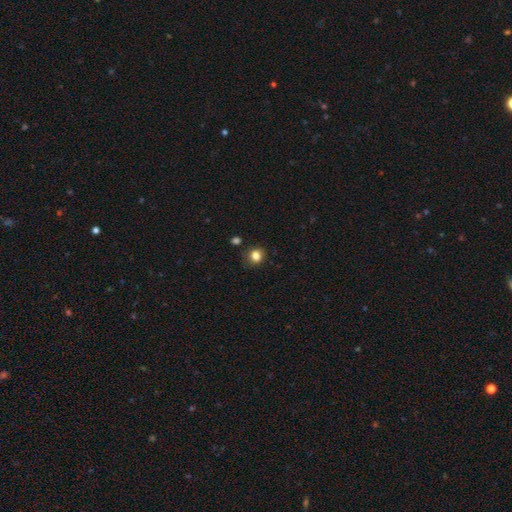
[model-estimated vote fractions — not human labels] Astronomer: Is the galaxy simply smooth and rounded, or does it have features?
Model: smooth — 83%.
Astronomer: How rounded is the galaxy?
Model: round — 74%.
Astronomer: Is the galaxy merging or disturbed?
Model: none — 77%.